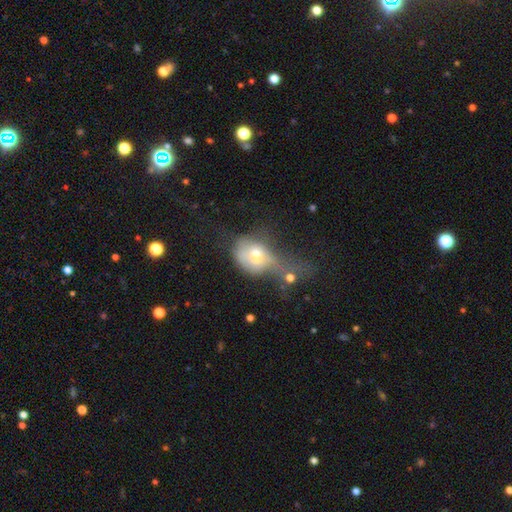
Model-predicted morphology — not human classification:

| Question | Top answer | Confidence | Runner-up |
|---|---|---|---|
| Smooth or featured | smooth | 60% | featured or disk (30%) |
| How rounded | in between | 56% | round (42%) |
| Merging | major disturbance | 45% | merger (26%) |